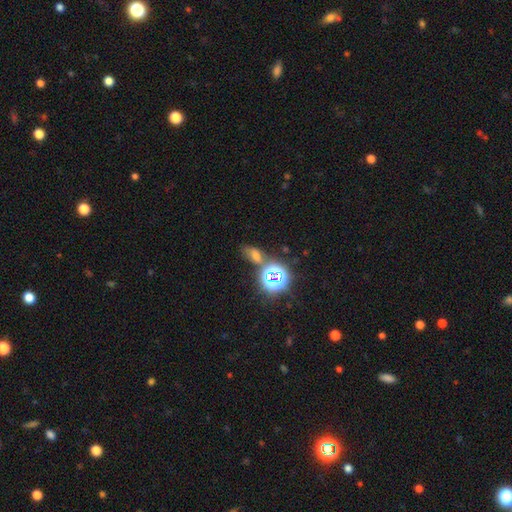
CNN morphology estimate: Q: Smooth or featured?
A: star or artifact (46%); runner-up: smooth (42%)